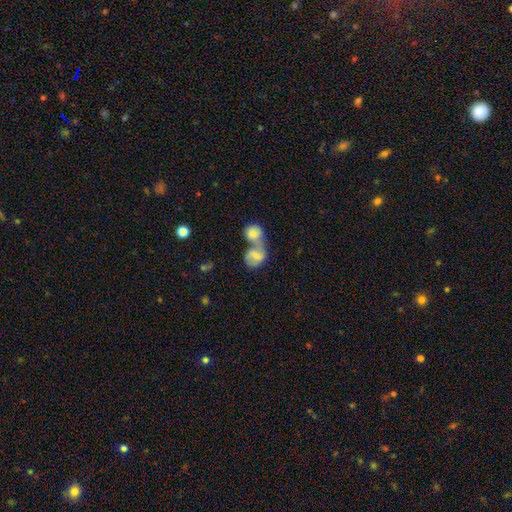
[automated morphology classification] smooth-or-featured: smooth: 62% | featured or disk: 30% | star or artifact: 8%
  how-rounded: in between: 55% | round: 43% | cigar-shaped: 2%
  merging: merger: 77% | none: 13% | minor disturbance: 6% | major disturbance: 5%